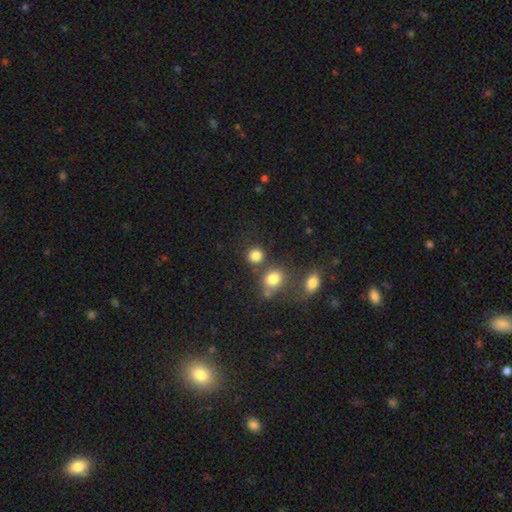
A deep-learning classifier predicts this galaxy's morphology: Smooth or featured? smooth (82%)
How rounded? round (84%)
Merging? none (68%)